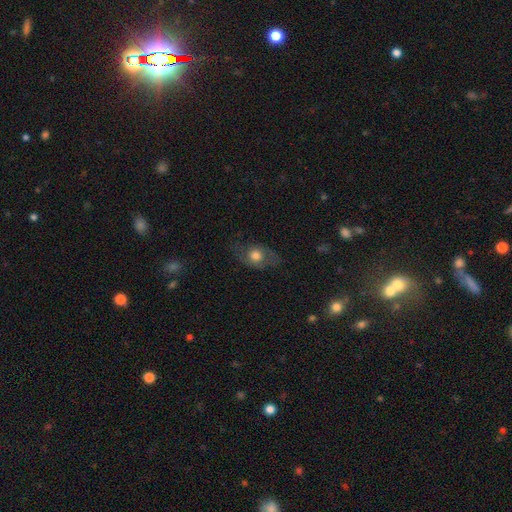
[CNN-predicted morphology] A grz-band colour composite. It shows a smooth galaxy with no disk features (50%) that is in between round and cigar-shaped (54%). Merging: none (66%).